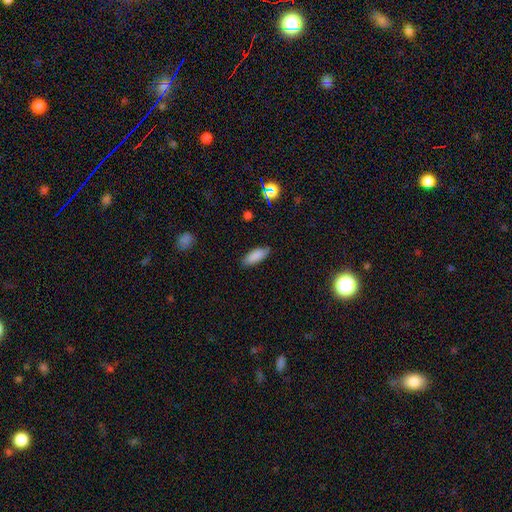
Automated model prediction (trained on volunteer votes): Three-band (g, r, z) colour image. It shows a smooth galaxy with no disk features (86%) that is in between round and cigar-shaped (70%). Merging: none (84%).